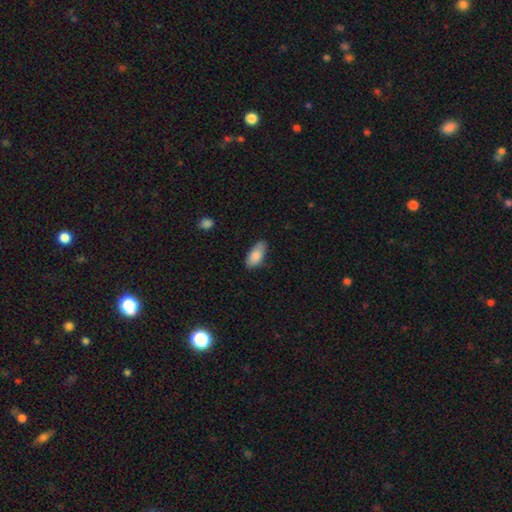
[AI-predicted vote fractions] Smooth or featured? smooth (84%)
How rounded? in between (88%)
Merging? none (74%)